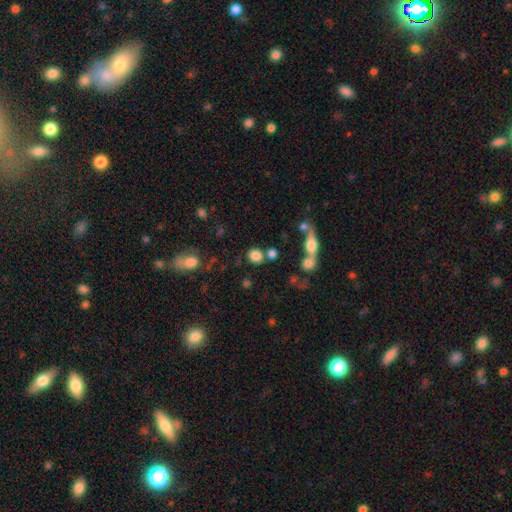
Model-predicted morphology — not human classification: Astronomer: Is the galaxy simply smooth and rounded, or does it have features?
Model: smooth — 82%.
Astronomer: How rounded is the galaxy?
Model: round — 81%.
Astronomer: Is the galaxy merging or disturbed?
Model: none — 74%.